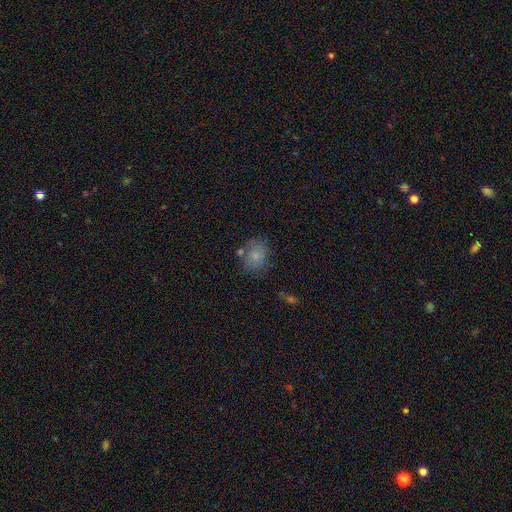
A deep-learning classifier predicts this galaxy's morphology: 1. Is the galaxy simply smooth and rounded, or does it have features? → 76% smooth, 14% featured or disk, 10% star or artifact.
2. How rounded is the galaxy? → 51% round, 48% in between, 1% cigar-shaped.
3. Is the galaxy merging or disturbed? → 69% none, 18% minor disturbance, 8% merger, 5% major disturbance.